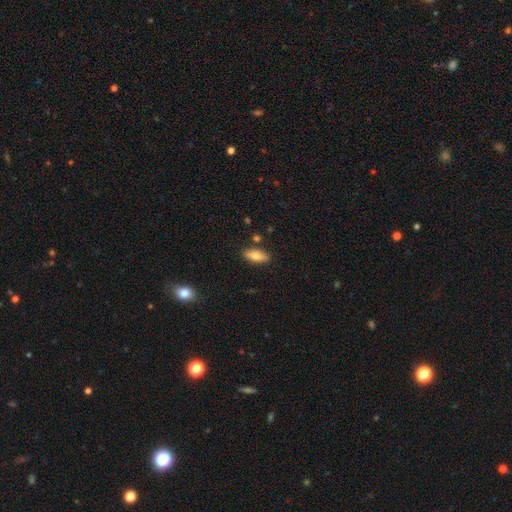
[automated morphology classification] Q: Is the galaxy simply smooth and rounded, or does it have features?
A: smooth — 76%.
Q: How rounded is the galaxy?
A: in between — 76%.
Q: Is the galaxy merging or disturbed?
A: none — 85%.